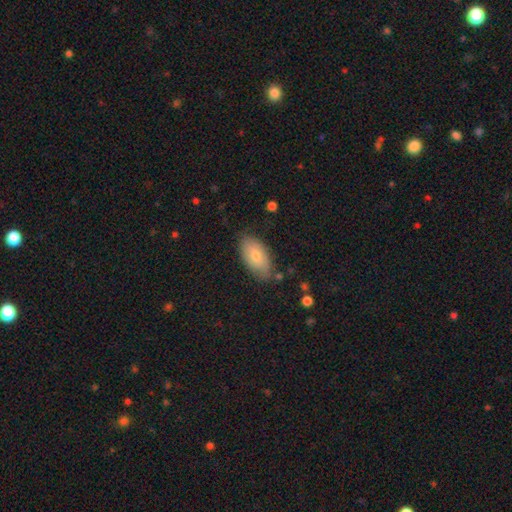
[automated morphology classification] smooth-or-featured: smooth: 73% | featured or disk: 19% | star or artifact: 8%
  how-rounded: in between: 93% | round: 4% | cigar-shaped: 3%
  merging: none: 78% | minor disturbance: 17% | major disturbance: 3% | merger: 2%